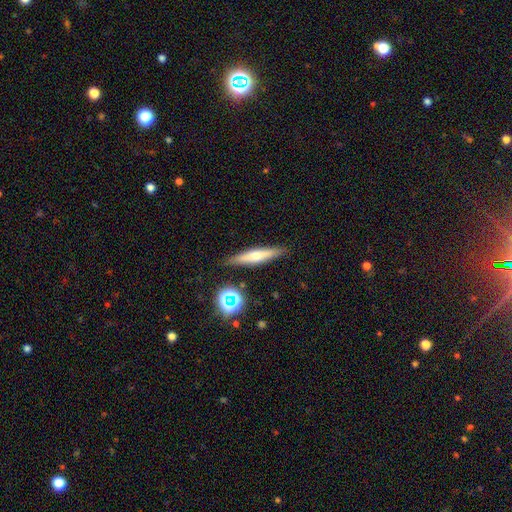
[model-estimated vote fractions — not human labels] This appears to be a smooth galaxy with no disk features (46%). Merging: none (88%).